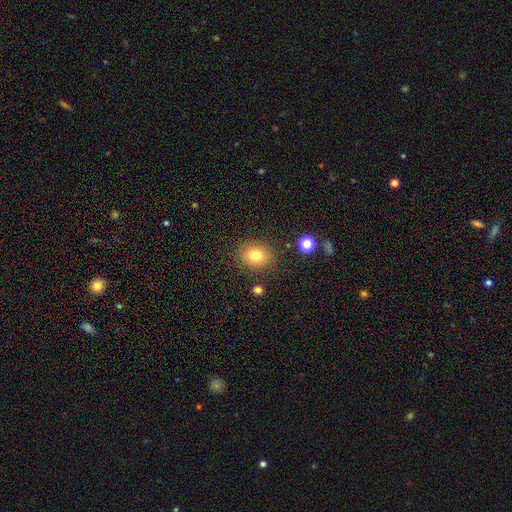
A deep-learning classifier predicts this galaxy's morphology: Smooth or featured?
  - smooth: 79% *
  - star or artifact: 11%
  - featured or disk: 9%
How rounded?
  - round: 62% *
  - in between: 38%
  - cigar-shaped: 1%
Merging?
  - none: 84% *
  - minor disturbance: 10%
  - major disturbance: 3%
  - merger: 3%